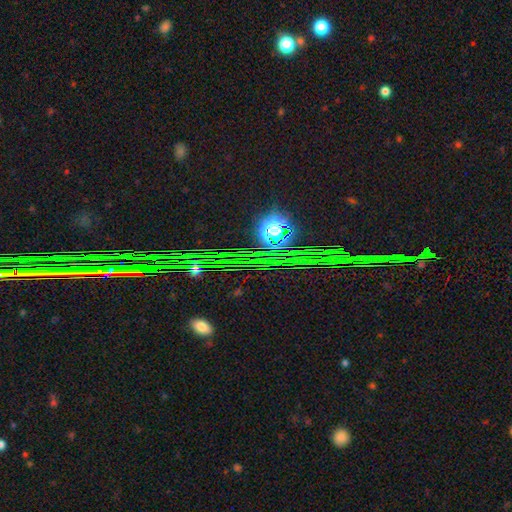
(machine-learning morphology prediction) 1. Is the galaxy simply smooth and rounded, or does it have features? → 80% star or artifact, 12% smooth, 9% featured or disk.